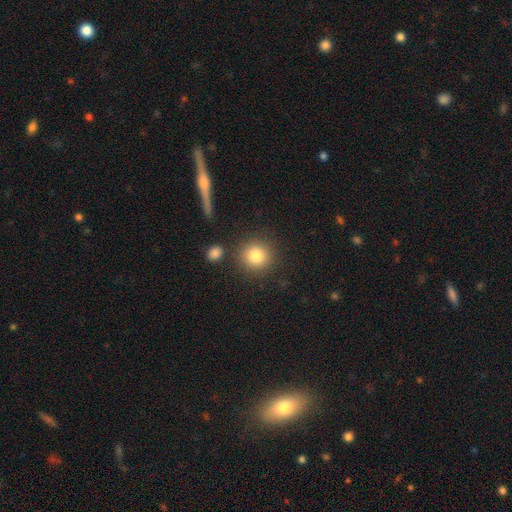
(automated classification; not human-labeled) smooth-or-featured: smooth: 83% | star or artifact: 10% | featured or disk: 7%
  how-rounded: round: 91% | in between: 8% | cigar-shaped: 1%
  merging: none: 85% | minor disturbance: 8% | merger: 4% | major disturbance: 3%